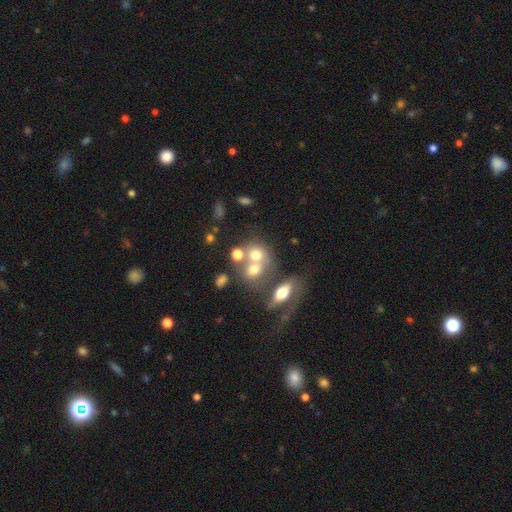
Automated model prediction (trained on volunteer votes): Smooth or featured?
  - smooth: 60% *
  - featured or disk: 25%
  - star or artifact: 15%
How rounded?
  - round: 65% *
  - in between: 33%
  - cigar-shaped: 2%
Merging?
  - merger: 52% *
  - none: 31%
  - minor disturbance: 9%
  - major disturbance: 8%